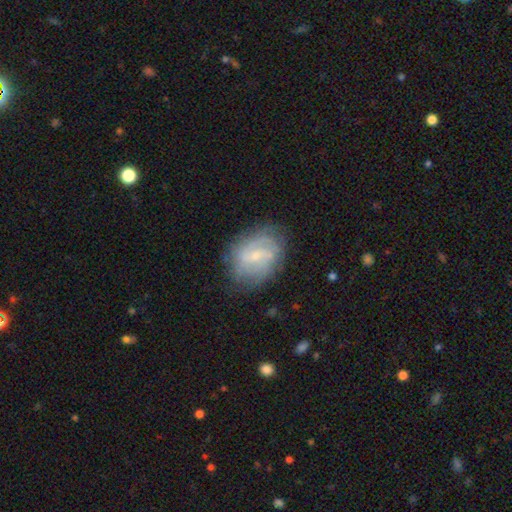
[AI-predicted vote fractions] Overall: featured or disk (72%). Edge-on disk: no (97%). Bar: weak (58%; no 27%). Spiral arms: yes (87%). Spiral arm count: 2 (41%; can't tell 36%). Spiral winding: tight (41%, tied with medium). Bulge size: small (70%). Merging: none (73%).